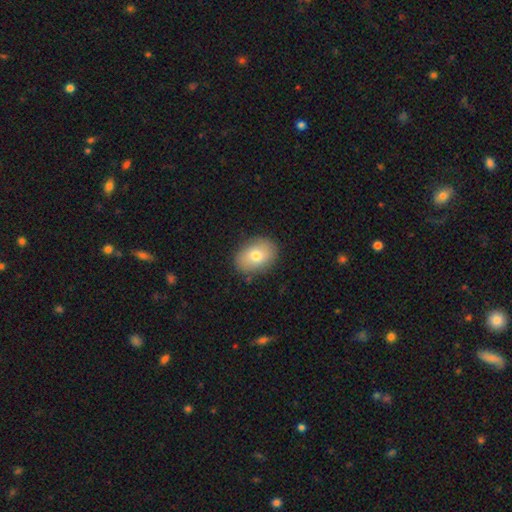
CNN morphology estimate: This appears to be a smooth galaxy with no disk features (76%) that is in between round and cigar-shaped (74%). Merging: none (86%).